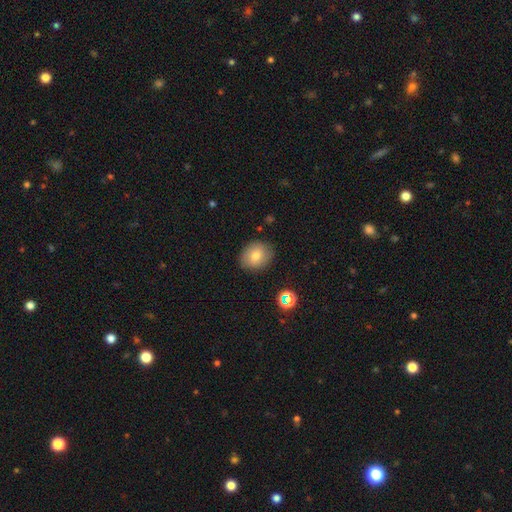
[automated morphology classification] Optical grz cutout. It shows a smooth galaxy with no disk features (75%) that is round (61%). Merging: none (84%).